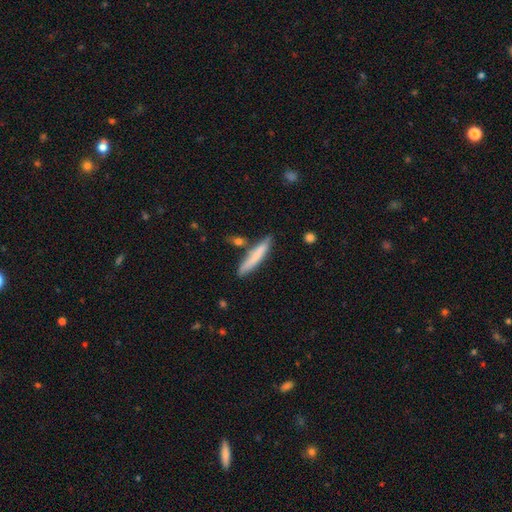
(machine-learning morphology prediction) smooth-or-featured: smooth: 74% | featured or disk: 21% | star or artifact: 6%
  how-rounded: cigar-shaped: 90% | in between: 8% | round: 1%
  merging: none: 76% | minor disturbance: 14% | merger: 7% | major disturbance: 3%